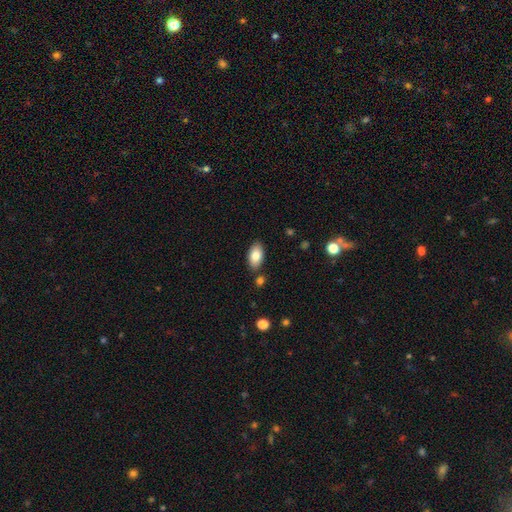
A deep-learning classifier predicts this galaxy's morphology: Smooth or featured? smooth (82%)
How rounded? in between (94%)
Merging? none (83%)